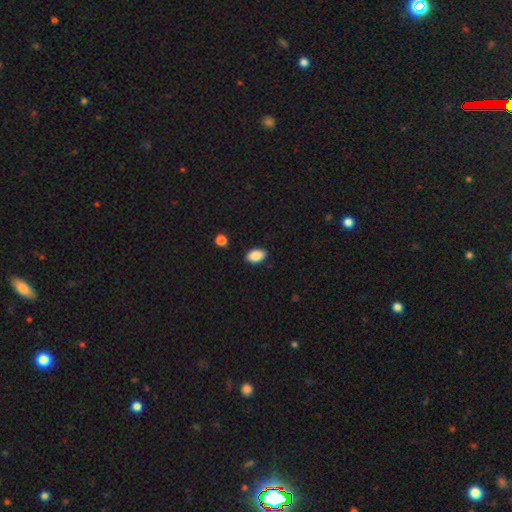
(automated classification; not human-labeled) smooth 89%, star or artifact 7%, featured or disk 4%. Down the decision tree: how rounded — in between (92%); merging — none (87%).